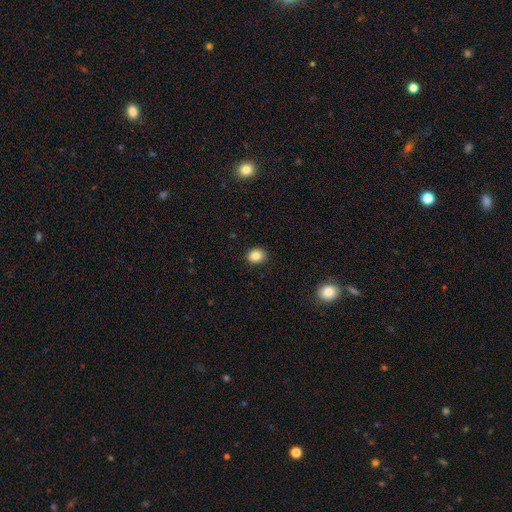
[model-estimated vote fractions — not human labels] Q: Smooth or featured?
A: smooth (85%); runner-up: star or artifact (10%)
Q: How rounded?
A: round (59%); runner-up: in between (40%)
Q: Merging?
A: none (90%); runner-up: minor disturbance (7%)